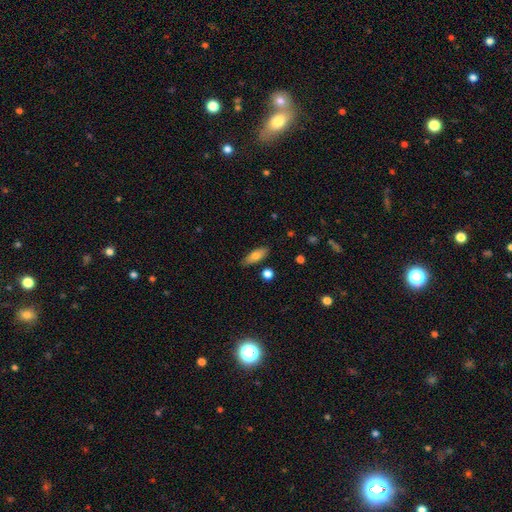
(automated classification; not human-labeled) smooth 74%, featured or disk 19%, star or artifact 7%. Down the decision tree: how rounded — in between (71%); merging — none (84%).